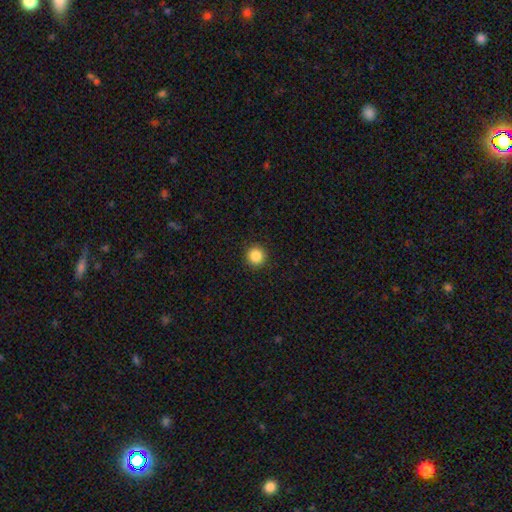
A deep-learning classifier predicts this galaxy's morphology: smooth 87%, star or artifact 10%, featured or disk 4%. Down the decision tree: how rounded — round (95%); merging — none (93%).